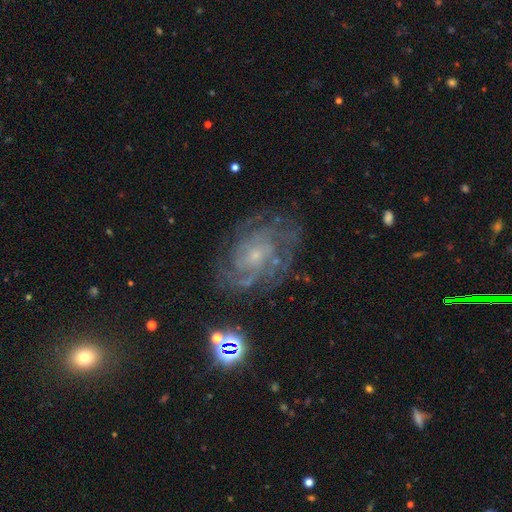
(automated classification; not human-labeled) Smooth or featured? featured or disk (80%)
Edge-on disk? no (97%)
Bar? no (72%)
Spiral arms? yes (95%)
Spiral winding? tight (62%)
Spiral arm count? can't tell (37%)
Bulge size? small (74%)
Merging? none (74%)